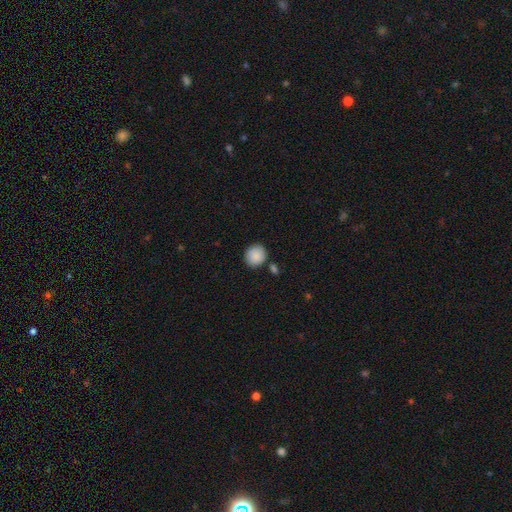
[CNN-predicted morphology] This appears to be a smooth galaxy with no disk features (89%) that is round (83%). Merging: none (81%).